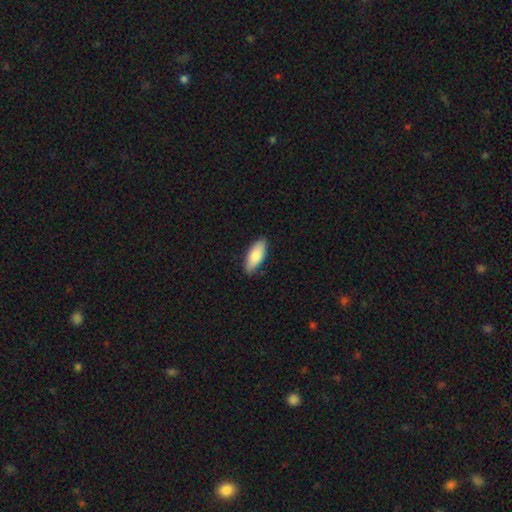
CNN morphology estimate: This appears to be a smooth galaxy with no disk features (83%) that is in between round and cigar-shaped (79%). Merging: none (85%).